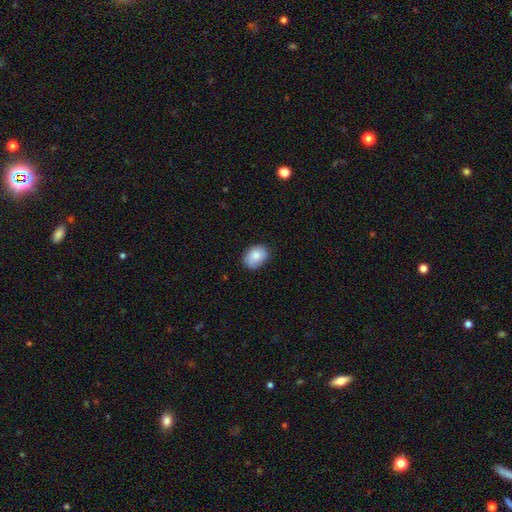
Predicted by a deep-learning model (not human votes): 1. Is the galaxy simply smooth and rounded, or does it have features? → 84% smooth, 9% featured or disk, 7% star or artifact.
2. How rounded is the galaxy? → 68% in between, 31% round, 1% cigar-shaped.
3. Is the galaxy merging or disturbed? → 78% none, 18% minor disturbance, 3% major disturbance, 1% merger.